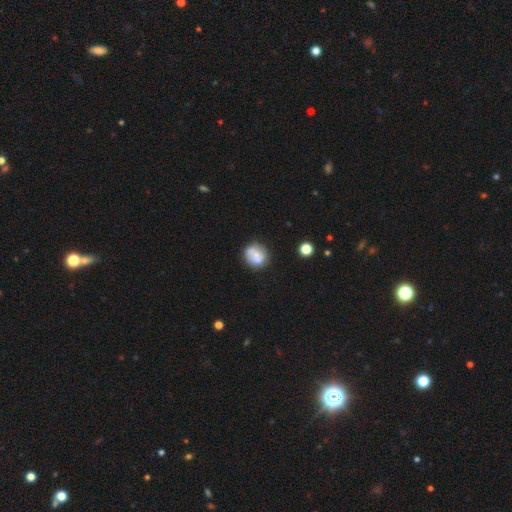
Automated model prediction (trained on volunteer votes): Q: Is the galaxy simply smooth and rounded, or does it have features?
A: smooth — 64%.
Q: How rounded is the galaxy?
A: round — 75%.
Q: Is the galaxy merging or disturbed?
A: none — 58%.